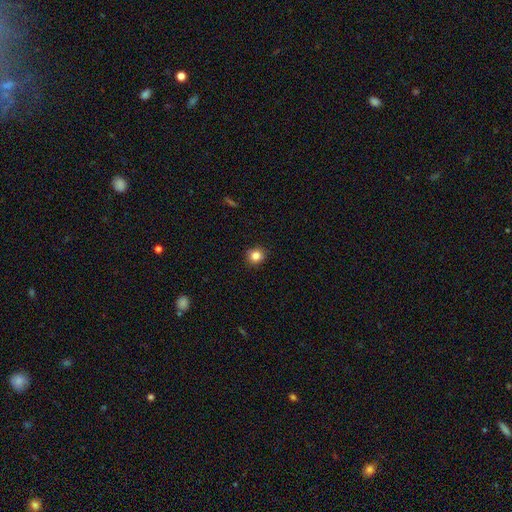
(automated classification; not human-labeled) Smooth or featured?
  - smooth: 83% *
  - star or artifact: 12%
  - featured or disk: 6%
How rounded?
  - round: 88% *
  - in between: 11%
  - cigar-shaped: 1%
Merging?
  - none: 90% *
  - minor disturbance: 7%
  - major disturbance: 2%
  - merger: 1%